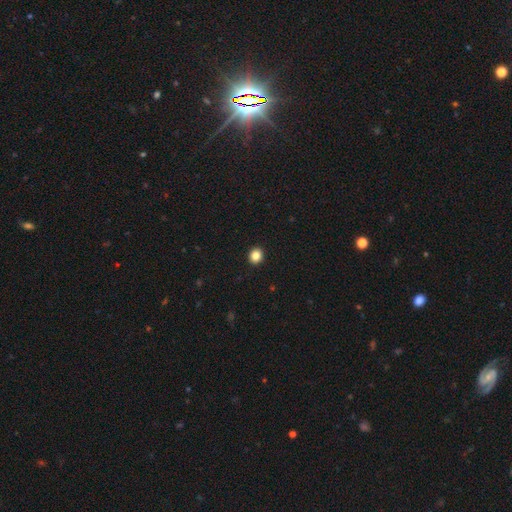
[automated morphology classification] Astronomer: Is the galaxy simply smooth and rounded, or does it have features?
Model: smooth — 85%.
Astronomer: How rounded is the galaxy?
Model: round — 82%.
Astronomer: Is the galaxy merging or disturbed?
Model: none — 93%.